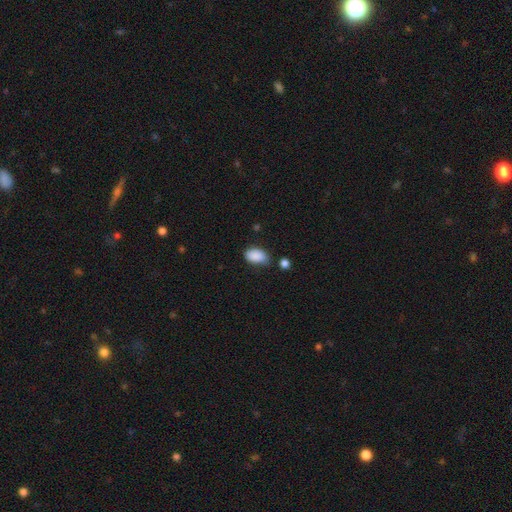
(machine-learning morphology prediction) This is clearly a smooth galaxy (89%). How rounded: clearly in between (92%). Merging: likely none (66%).